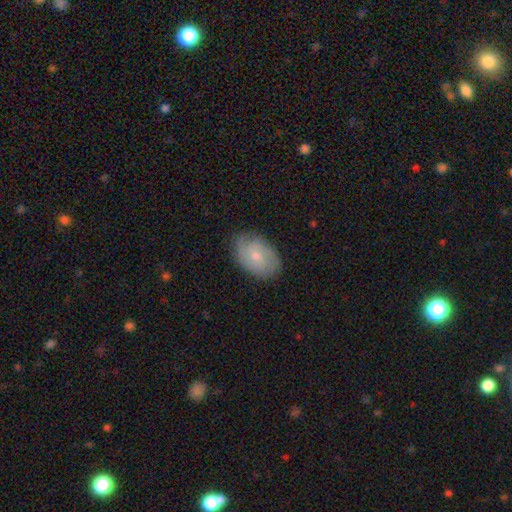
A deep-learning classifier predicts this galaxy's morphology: Q: Smooth or featured?
A: smooth (53%); runner-up: featured or disk (40%)
Q: How rounded?
A: in between (83%); runner-up: round (15%)
Q: Merging?
A: none (78%); runner-up: minor disturbance (18%)